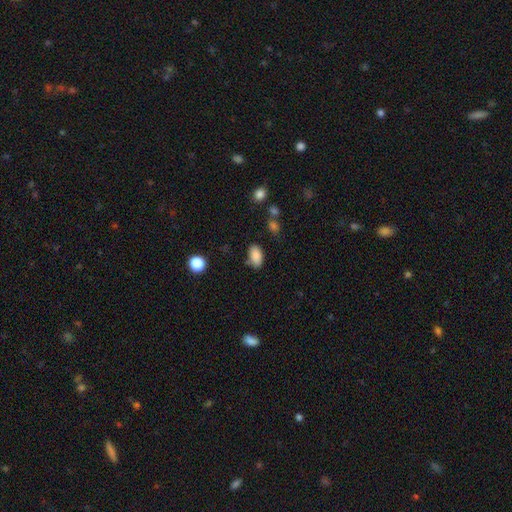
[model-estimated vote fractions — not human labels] smooth 86%, star or artifact 9%, featured or disk 5%. Down the decision tree: how rounded — in between (92%); merging — none (78%).